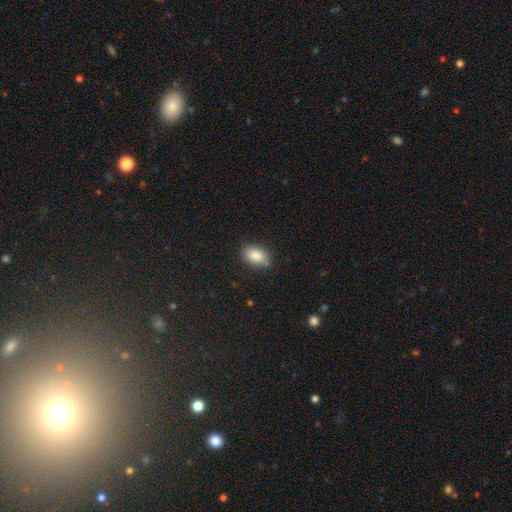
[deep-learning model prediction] Smooth or featured? Predicted: smooth (p=0.86). How rounded? Predicted: in between (p=0.85). Merging? Predicted: none (p=0.79).